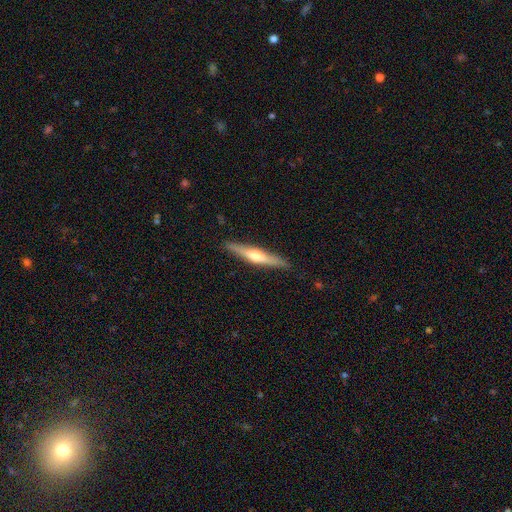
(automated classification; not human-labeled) Overall: featured or disk (61%; smooth 33%). Edge-on disk: yes (96%). Edge-on bulge: rounded (89%). Merging: none (89%).